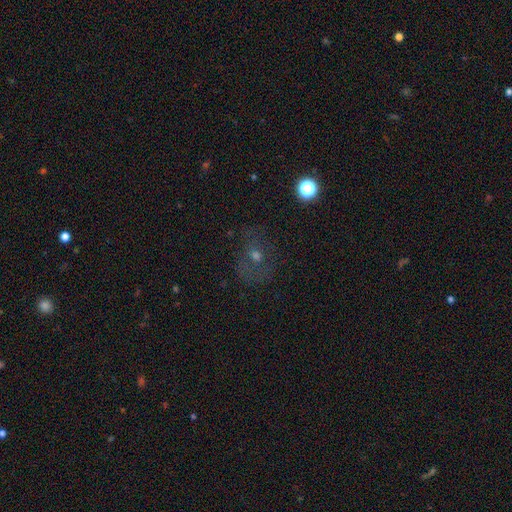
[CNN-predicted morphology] Smooth or featured: smooth — 38% (featured or disk — 33%)
Merging: none — 64% (minor disturbance — 18%)